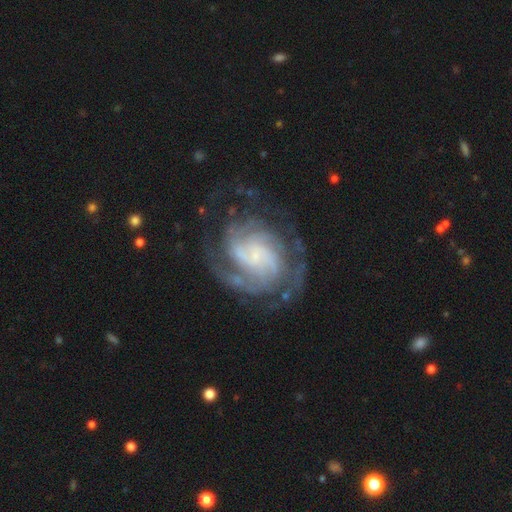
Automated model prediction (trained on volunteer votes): This is clearly a featured or disk galaxy (89%). It is clearly not viewed edge-on (98%). Bar: possibly no (58%). Spiral arm pattern: clearly yes (97%). Spiral arm count: marginally 2 (28%). Spiral winding: possibly tight (57%). Central bulge: likely small (65%). Merging: likely none (68%).